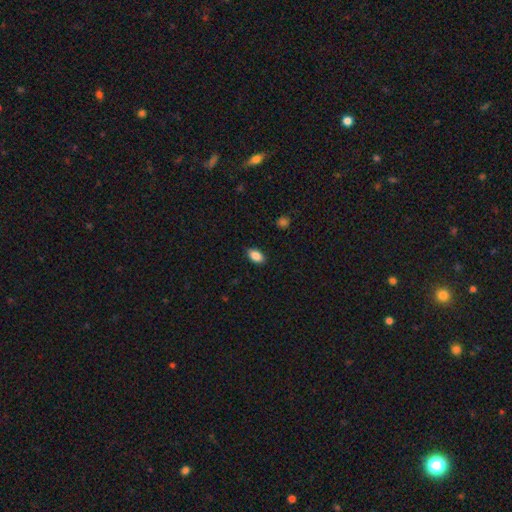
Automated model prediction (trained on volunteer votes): This is clearly a smooth galaxy (87%). How rounded: clearly in between (91%). Merging: clearly none (87%).